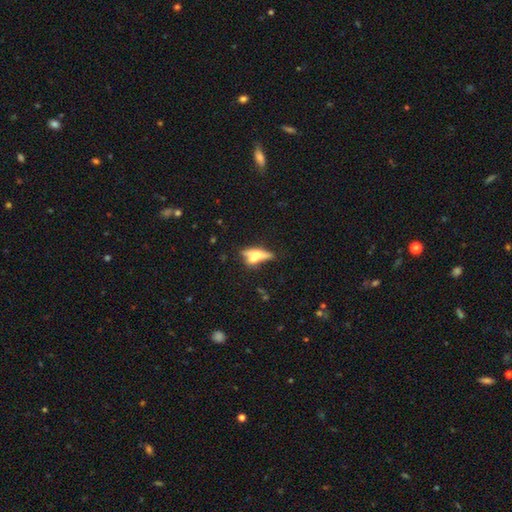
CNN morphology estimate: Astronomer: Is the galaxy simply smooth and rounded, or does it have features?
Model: featured or disk — 48% (runner-up: smooth, 42%).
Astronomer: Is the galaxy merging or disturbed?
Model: none — 39%, tied with merger at 39%.